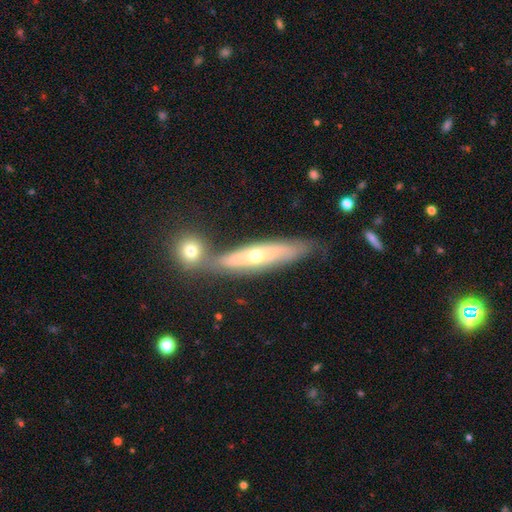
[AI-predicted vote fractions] Smooth or featured? Predicted: featured or disk (p=0.62). Edge-on disk? Predicted: yes (p=0.67). Merging? Predicted: none (p=0.65).